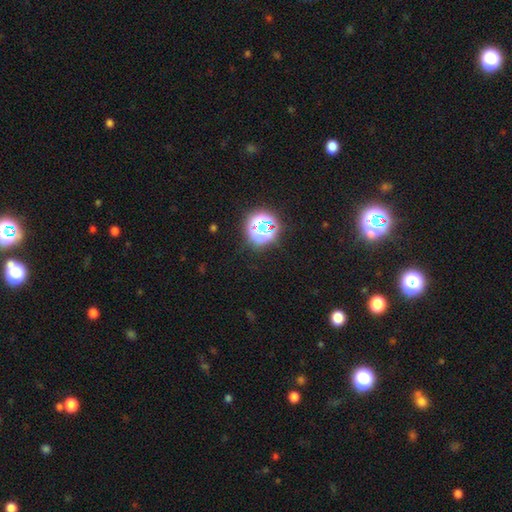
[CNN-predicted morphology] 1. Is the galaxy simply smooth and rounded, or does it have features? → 77% star or artifact, 16% smooth, 7% featured or disk.